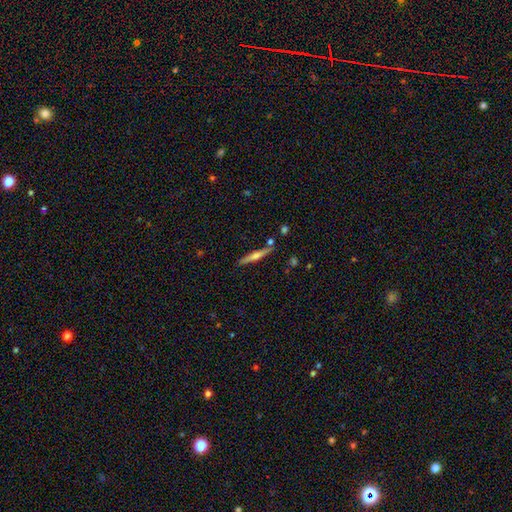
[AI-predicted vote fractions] Overall: featured or disk (54%; smooth 40%). Edge-on disk: yes (97%). Edge-on bulge: rounded (75%). Merging: none (84%).